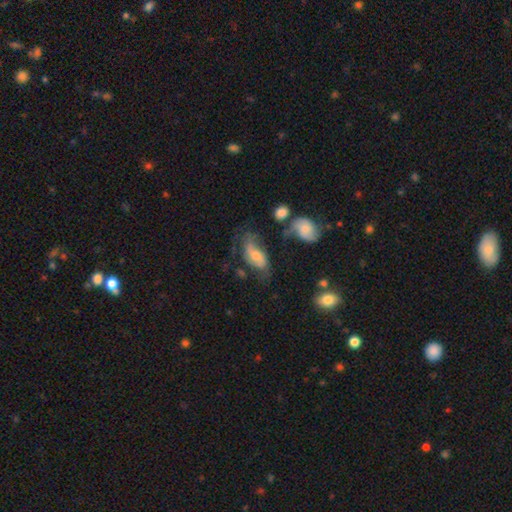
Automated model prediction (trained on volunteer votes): Smooth or featured: featured or disk — 55% (smooth — 35%)
Edge-on disk: no — 91% (yes — 9%)
Merging: none — 46% (minor disturbance — 25%)